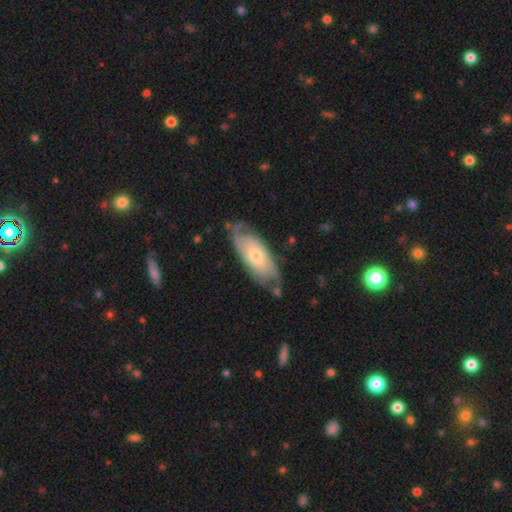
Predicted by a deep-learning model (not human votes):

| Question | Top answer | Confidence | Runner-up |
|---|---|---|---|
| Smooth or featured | featured or disk | 61% | smooth (33%) |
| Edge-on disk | no | 86% | yes (14%) |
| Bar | no | 77% | weak (19%) |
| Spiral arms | yes | 78% | no (22%) |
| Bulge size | small | 51% | moderate (44%) |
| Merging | none | 64% | minor disturbance (24%) |